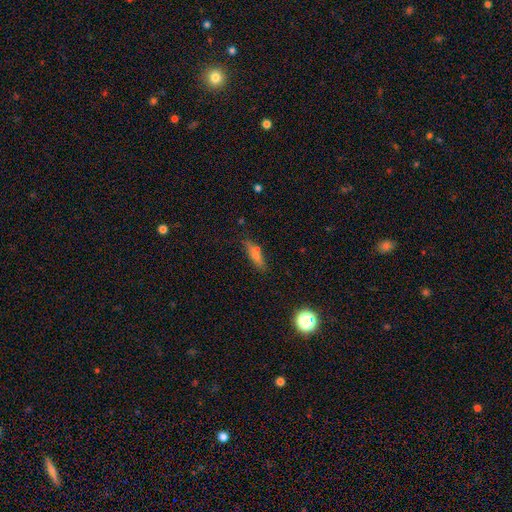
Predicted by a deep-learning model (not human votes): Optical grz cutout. It shows a smooth galaxy with no disk features (61%) that is cigar-shaped (71%). Merging: none (75%).